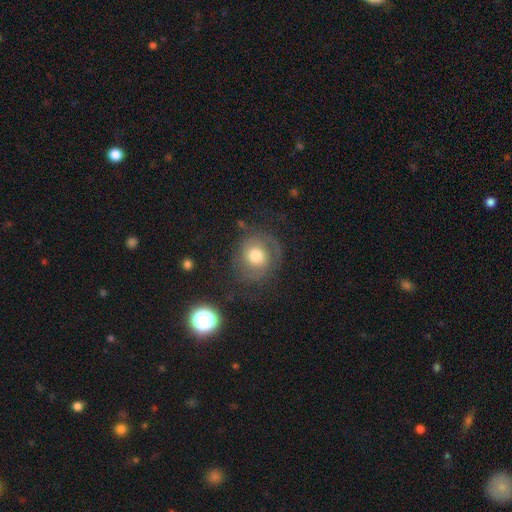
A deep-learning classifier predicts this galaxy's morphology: The model was most divided on "smooth or featured": featured or disk: 51%, smooth: 39%, star or artifact: 10%. More confident: edge-on disk — no (97%); merging — none (63%).